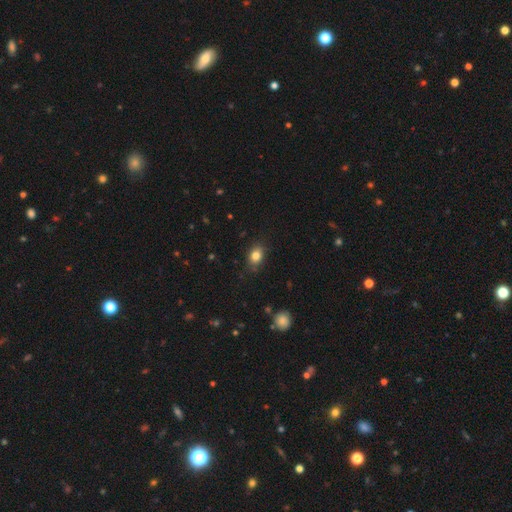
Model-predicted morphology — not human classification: This is clearly a smooth galaxy (82%). How rounded: likely in between (68%). Merging: clearly none (81%).